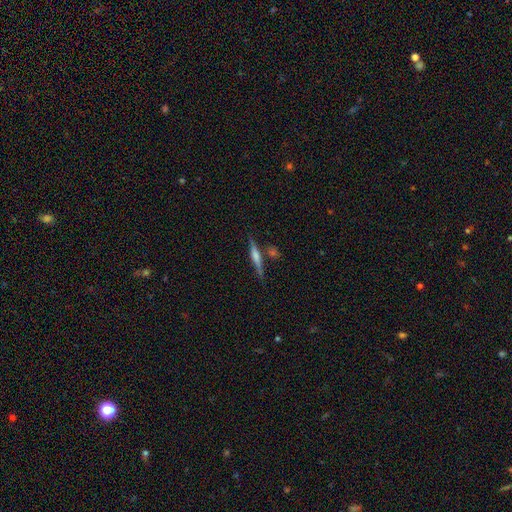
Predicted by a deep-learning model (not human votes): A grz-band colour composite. It shows a featured or disk galaxy (66%) viewed edge-on (97%) with a rounded central bulge (65%). Merging: none (80%).